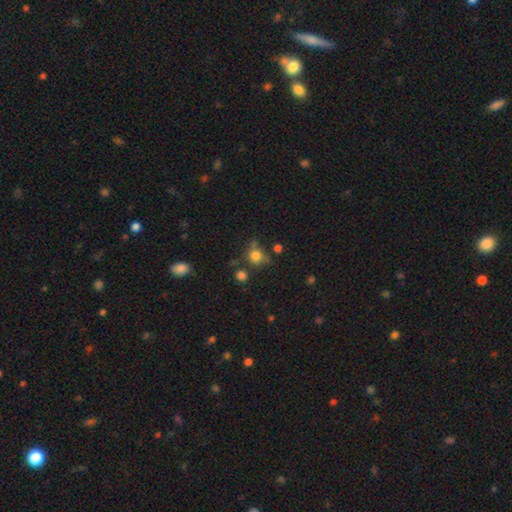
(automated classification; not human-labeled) A smooth galaxy with no disk features (77%) that is round (83%). Merging: none (63%).